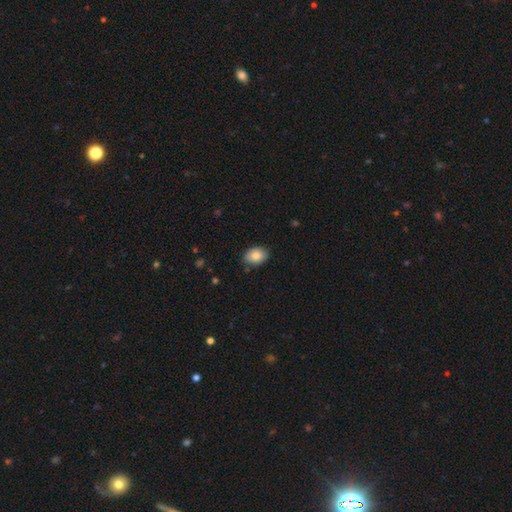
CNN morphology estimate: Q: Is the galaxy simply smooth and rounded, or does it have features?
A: smooth — 84%.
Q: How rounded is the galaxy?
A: in between — 80%.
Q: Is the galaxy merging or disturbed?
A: none — 85%.